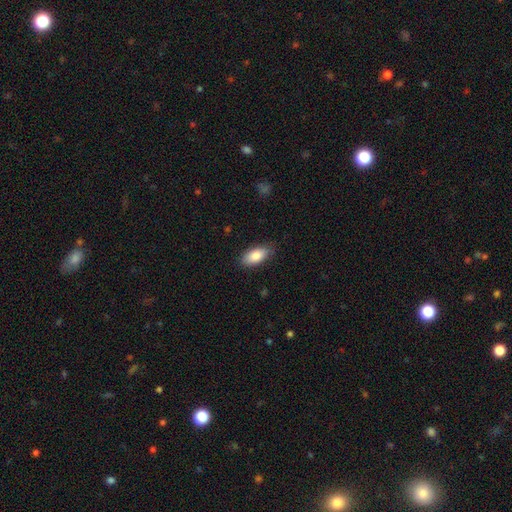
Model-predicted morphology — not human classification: This is clearly a smooth galaxy (85%). How rounded: clearly in between (91%). Merging: clearly none (81%).